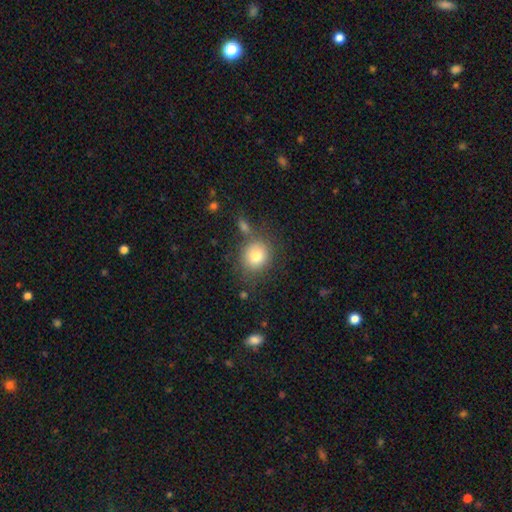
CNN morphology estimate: Q: Smooth or featured?
A: smooth (79%); runner-up: featured or disk (11%)
Q: How rounded?
A: round (84%); runner-up: in between (15%)
Q: Merging?
A: none (72%); runner-up: minor disturbance (14%)